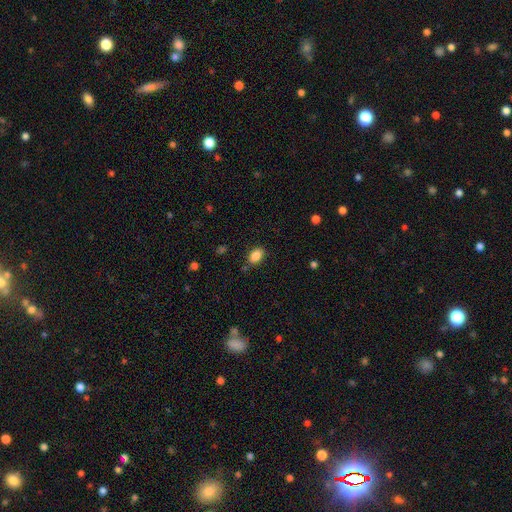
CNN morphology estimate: smooth 87%, star or artifact 9%, featured or disk 4%. Down the decision tree: how rounded — in between (86%); merging — none (83%).